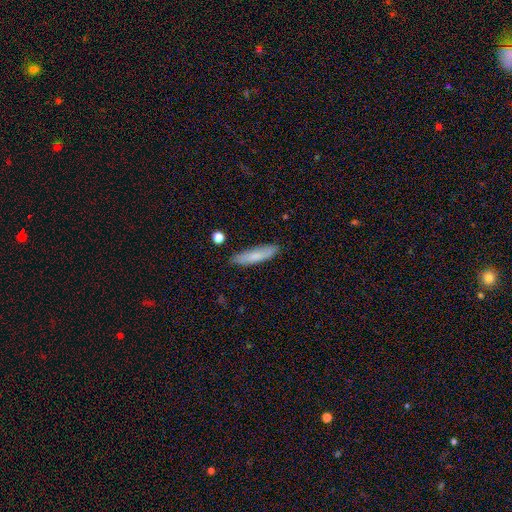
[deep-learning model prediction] Overall: smooth (76%). How rounded: cigar-shaped (77%). Merging: none (82%).